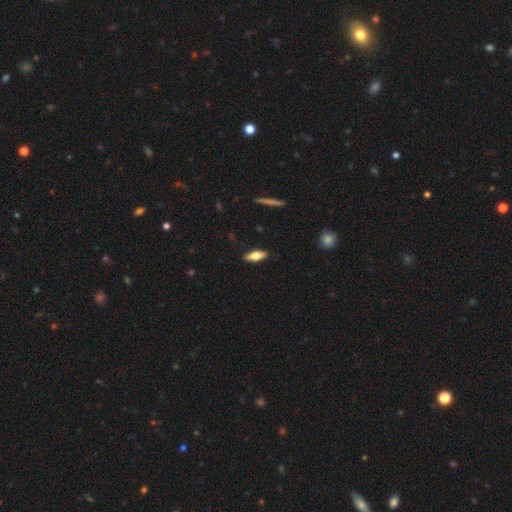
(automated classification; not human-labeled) smooth 60%, featured or disk 34%, star or artifact 7%. Down the decision tree: how rounded — in between (63%); merging — none (89%).